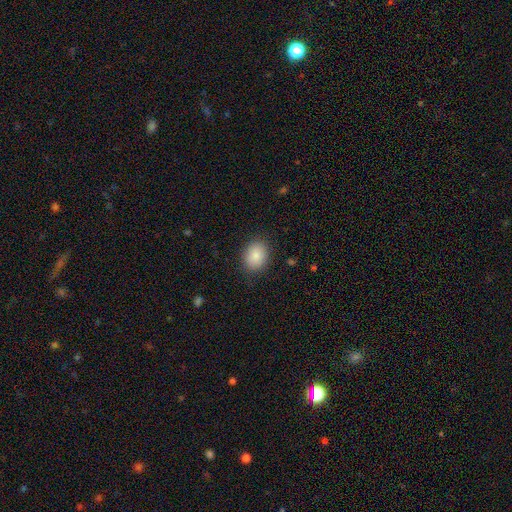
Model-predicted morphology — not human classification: type=smooth (86%); roundness=in between (63%); merging=none (86%).